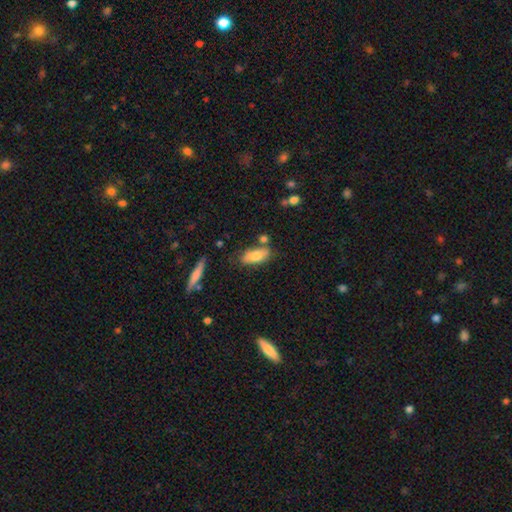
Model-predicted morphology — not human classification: A smooth galaxy with no disk features (73%) that is in between round and cigar-shaped (80%). Merging: none (68%).